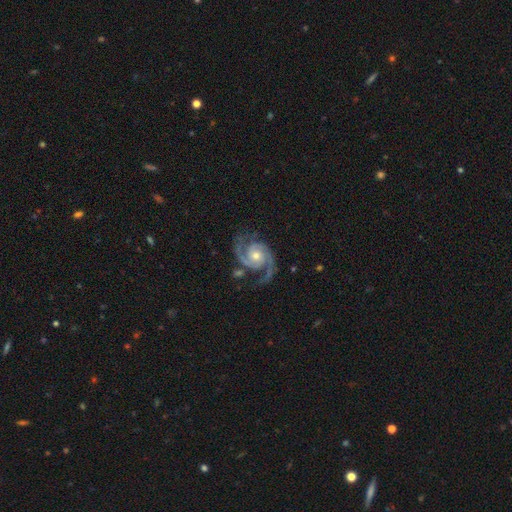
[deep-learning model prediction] This is clearly a featured or disk galaxy (93%). It is clearly not viewed edge-on (98%). Bar: likely no (69%). Spiral arm pattern: clearly yes (99%). Spiral arm count: clearly 2 (89%). Spiral winding: possibly medium (55%). Central bulge: possibly moderate (57%). Merging: likely none (76%).